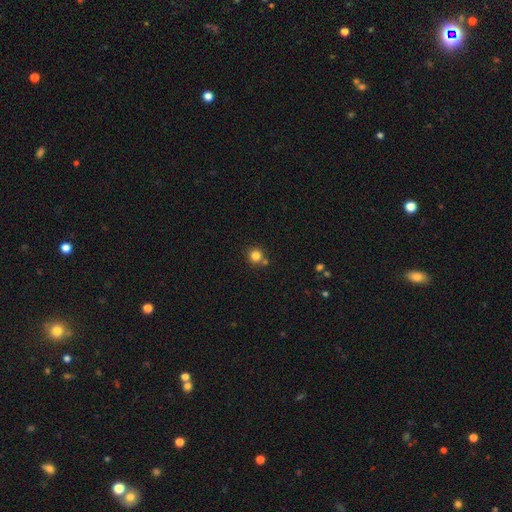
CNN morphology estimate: type=smooth (82%); roundness=round (93%); merging=none (75%).